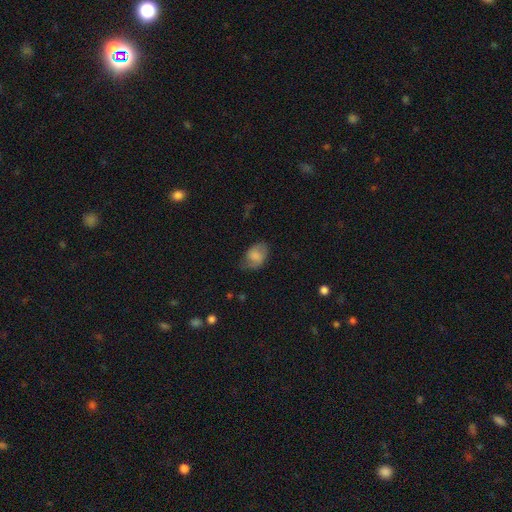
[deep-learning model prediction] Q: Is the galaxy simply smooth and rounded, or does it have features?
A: smooth — 69%.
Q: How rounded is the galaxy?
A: in between — 74%.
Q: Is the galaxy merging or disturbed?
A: none — 53%.